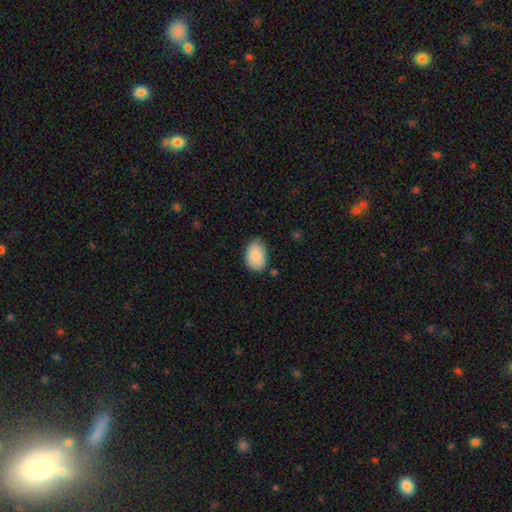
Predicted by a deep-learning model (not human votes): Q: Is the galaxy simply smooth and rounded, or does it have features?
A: smooth — 90%.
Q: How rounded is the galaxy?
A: in between — 89%.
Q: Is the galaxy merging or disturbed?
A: none — 79%.